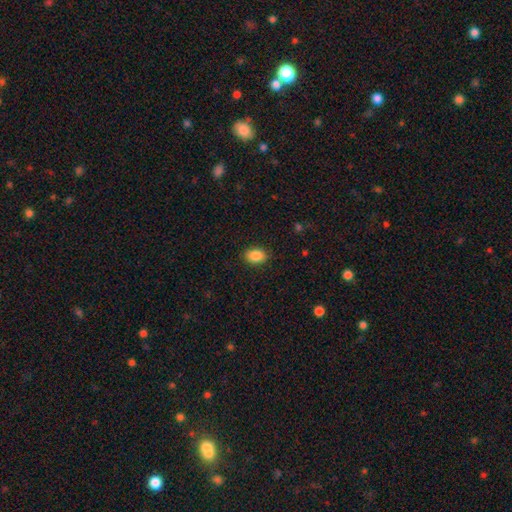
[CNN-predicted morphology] Smooth or featured: smooth — 88% (star or artifact — 8%)
How rounded: in between — 82% (round — 17%)
Merging: none — 87% (minor disturbance — 9%)